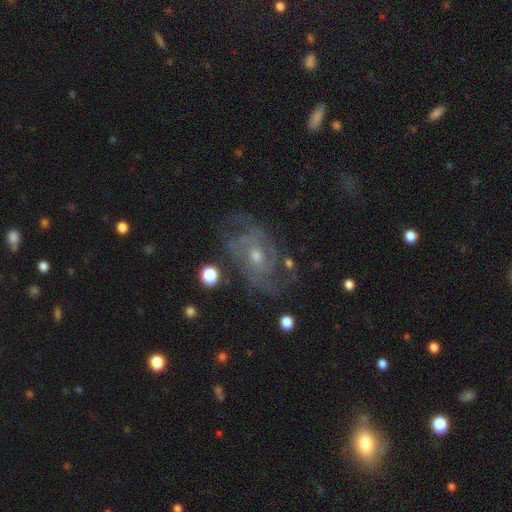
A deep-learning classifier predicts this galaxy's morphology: Q: Smooth or featured?
A: featured or disk (84%); runner-up: smooth (8%)
Q: Edge-on disk?
A: no (97%); runner-up: yes (3%)
Q: Bar?
A: no (70%); runner-up: weak (26%)
Q: Spiral arms?
A: yes (92%); runner-up: no (8%)
Q: Spiral winding?
A: tight (47%); runner-up: medium (40%)
Q: Spiral arm count?
A: can't tell (33%); runner-up: 2 (27%)
Q: Bulge size?
A: moderate (50%); runner-up: small (45%)
Q: Merging?
A: none (66%); runner-up: minor disturbance (19%)